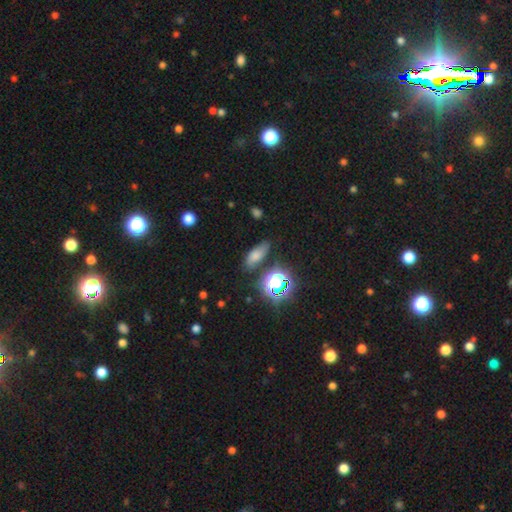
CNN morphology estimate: smooth-or-featured: smooth: 63% | star or artifact: 24% | featured or disk: 13%
  how-rounded: in between: 73% | cigar-shaped: 17% | round: 9%
  merging: none: 69% | minor disturbance: 19% | major disturbance: 6% | merger: 6%